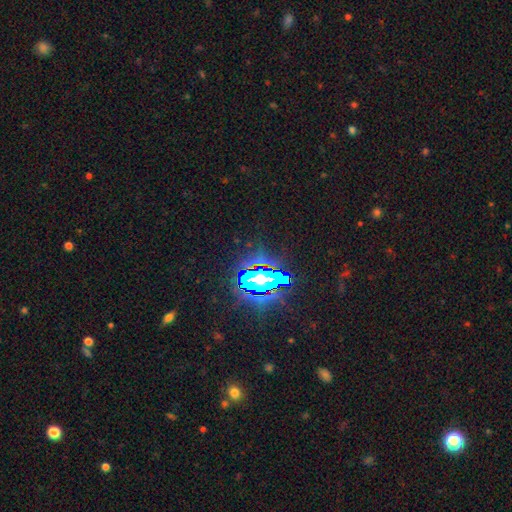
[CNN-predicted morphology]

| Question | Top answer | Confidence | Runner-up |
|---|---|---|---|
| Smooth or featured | star or artifact | 80% | smooth (12%) |